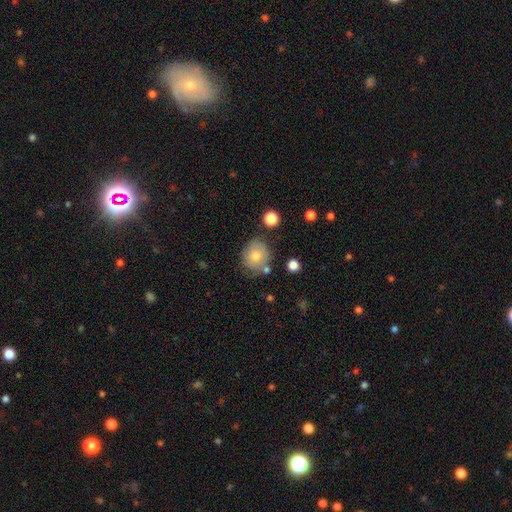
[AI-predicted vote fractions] Q: Smooth or featured?
A: smooth (75%); runner-up: featured or disk (15%)
Q: How rounded?
A: round (74%); runner-up: in between (25%)
Q: Merging?
A: none (71%); runner-up: minor disturbance (17%)